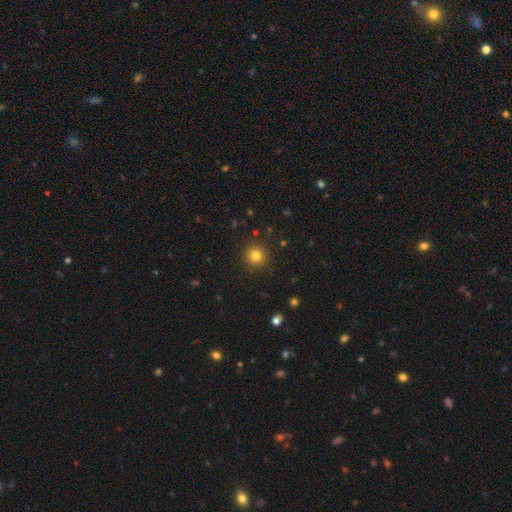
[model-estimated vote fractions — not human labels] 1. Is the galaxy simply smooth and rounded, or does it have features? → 81% smooth, 13% star or artifact, 6% featured or disk.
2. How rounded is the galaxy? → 94% round, 5% in between, 1% cigar-shaped.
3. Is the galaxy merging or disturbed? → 91% none, 6% minor disturbance, 2% major disturbance, 1% merger.